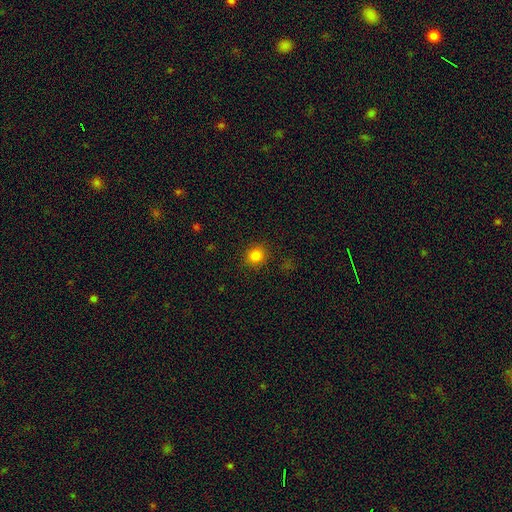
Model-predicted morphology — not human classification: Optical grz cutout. It shows a smooth galaxy with no disk features (82%) that is round (83%). Merging: none (89%).